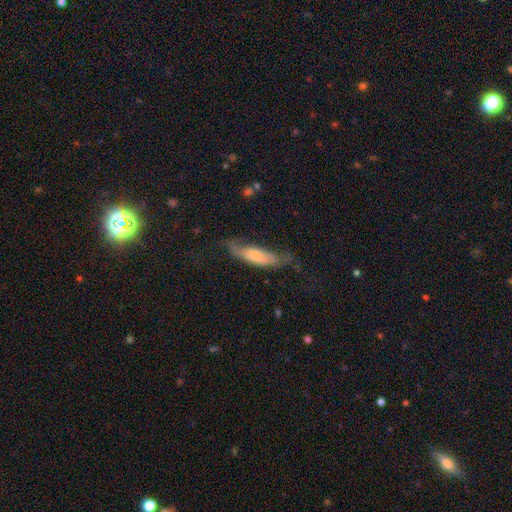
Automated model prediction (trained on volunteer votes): Smooth or featured? Predicted: smooth (p=0.62). How rounded? Predicted: cigar-shaped (p=0.56). Merging? Predicted: none (p=0.46).